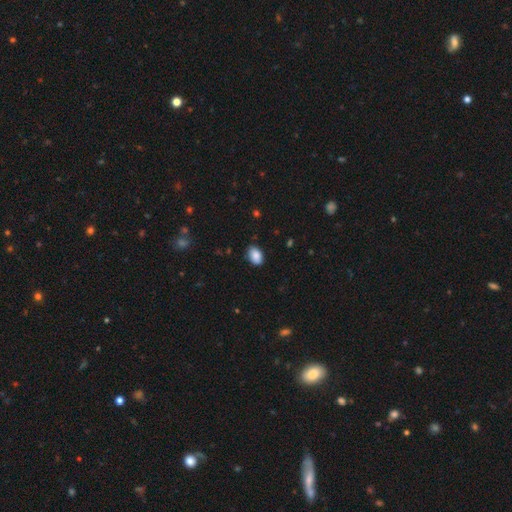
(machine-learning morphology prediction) Overall: smooth (89%). How rounded: in between (87%). Merging: none (84%).